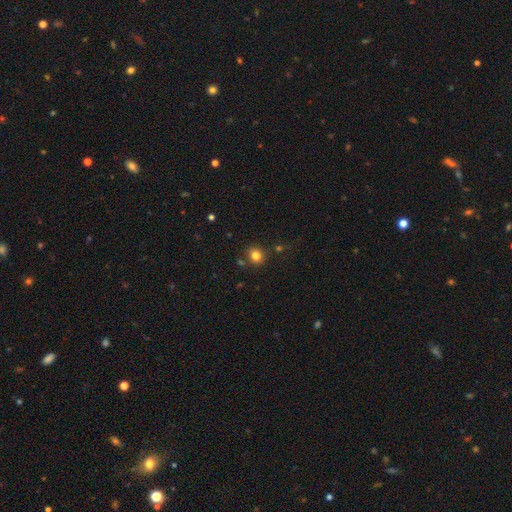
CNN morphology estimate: The model was most divided on "how rounded": round: 83%, in between: 16%, cigar-shaped: 1%. More confident: merging — none (83%); smooth or featured — smooth (80%).